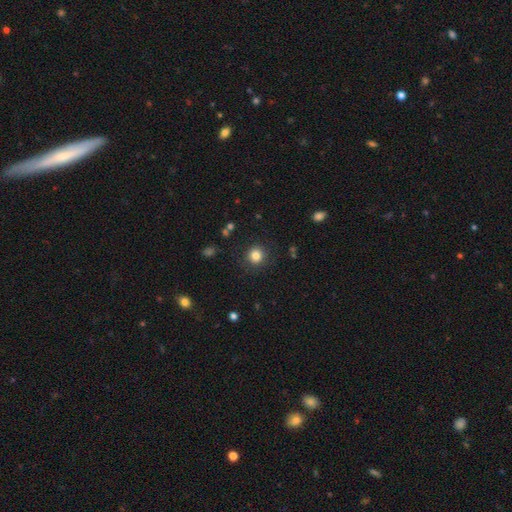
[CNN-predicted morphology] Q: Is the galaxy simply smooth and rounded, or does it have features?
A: smooth — 83%.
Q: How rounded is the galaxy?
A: round — 90%.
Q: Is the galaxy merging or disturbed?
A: none — 88%.